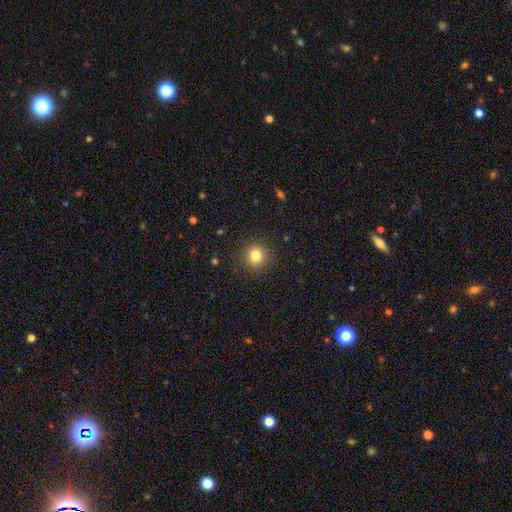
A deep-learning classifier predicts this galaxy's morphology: The model was most divided on "smooth or featured": smooth: 83%, star or artifact: 12%, featured or disk: 6%. More confident: how rounded — round (93%); merging — none (91%).